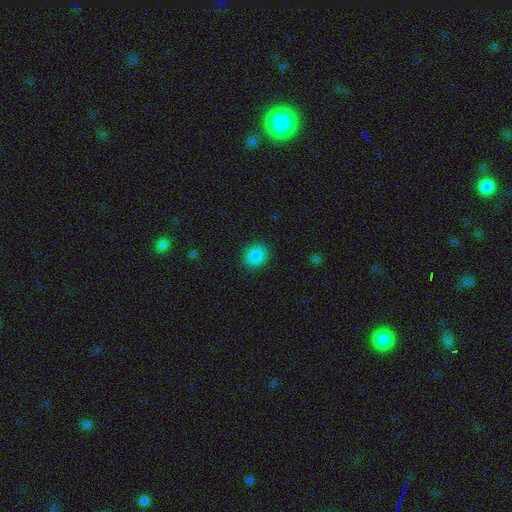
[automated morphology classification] Smooth or featured? smooth (87%)
How rounded? round (75%)
Merging? none (89%)